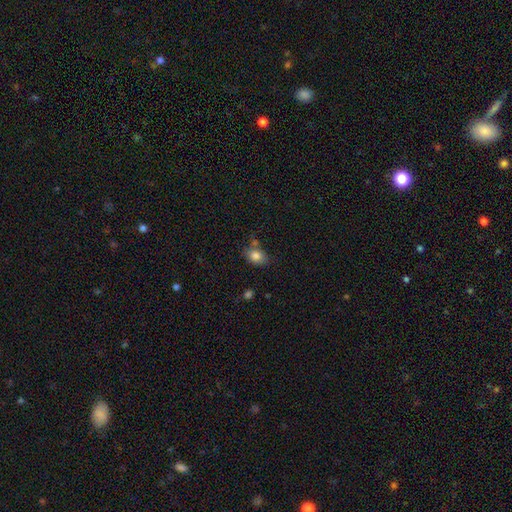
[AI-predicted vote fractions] Morphology: type=smooth (82%); roundness=in between (74%); merging=none (66%).